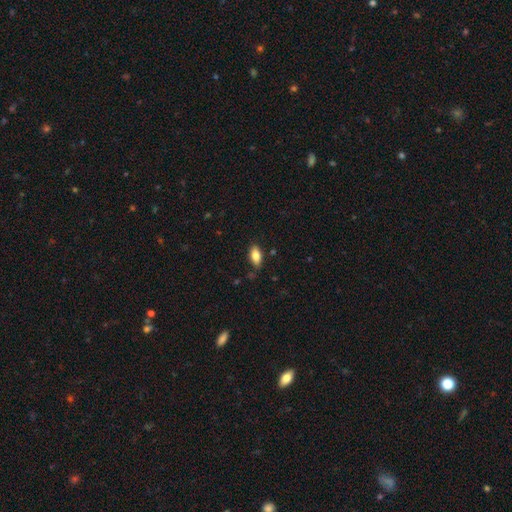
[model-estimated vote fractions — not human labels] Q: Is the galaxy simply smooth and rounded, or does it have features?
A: smooth — 81%.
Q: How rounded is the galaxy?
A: in between — 89%.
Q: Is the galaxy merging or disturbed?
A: none — 80%.